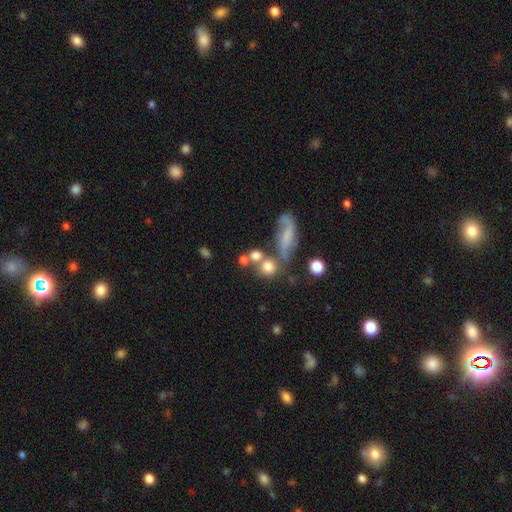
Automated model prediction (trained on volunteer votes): Overall: smooth (71%). How rounded: round (78%). Merging: none (47%; merger 34%).